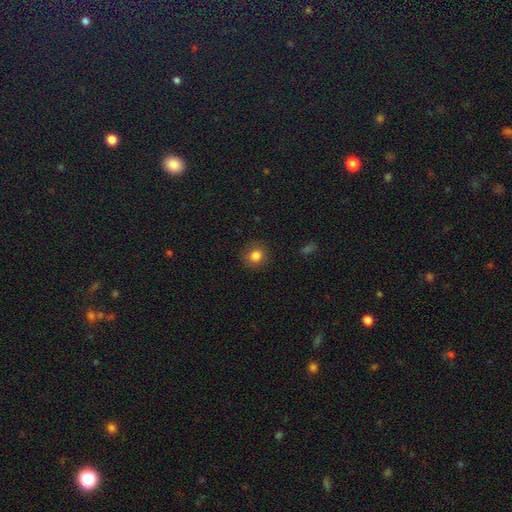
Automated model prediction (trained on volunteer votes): Smooth or featured?
  - smooth: 82% *
  - star or artifact: 11%
  - featured or disk: 7%
How rounded?
  - round: 83% *
  - in between: 16%
  - cigar-shaped: 1%
Merging?
  - none: 88% *
  - minor disturbance: 8%
  - major disturbance: 3%
  - merger: 1%